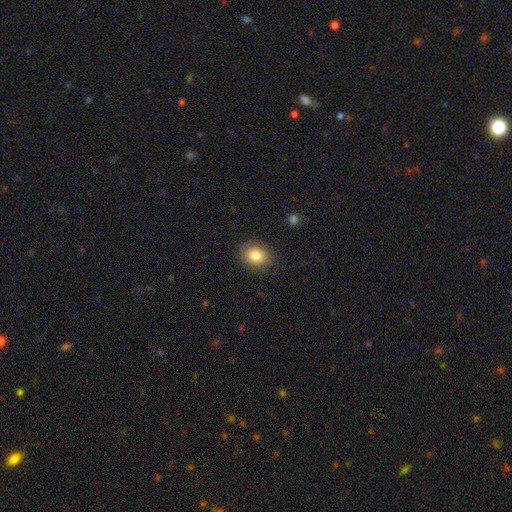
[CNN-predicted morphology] type=smooth (82%); roundness=round (55%); merging=none (86%).